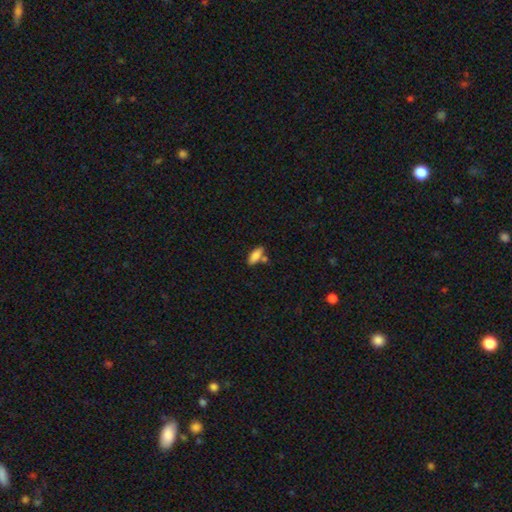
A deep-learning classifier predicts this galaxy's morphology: A smooth galaxy with no disk features (82%) that is in between round and cigar-shaped (74%).

Vote fractions:
- Smooth or featured? smooth: 82% / featured or disk: 11% / star or artifact: 7%
- How rounded? in between: 74% / cigar-shaped: 24% / round: 2%
- Merging? none: 62% / merger: 20% / minor disturbance: 15% / major disturbance: 4%